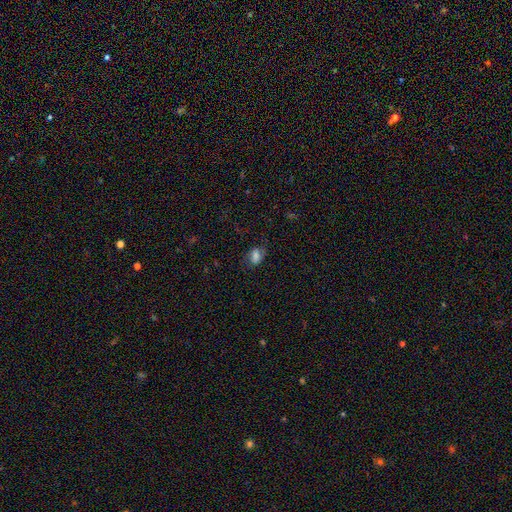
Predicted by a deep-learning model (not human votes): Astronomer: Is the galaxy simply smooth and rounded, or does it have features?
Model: smooth — 70%.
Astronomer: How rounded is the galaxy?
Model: in between — 84%.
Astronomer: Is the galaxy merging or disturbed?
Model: none — 69%.